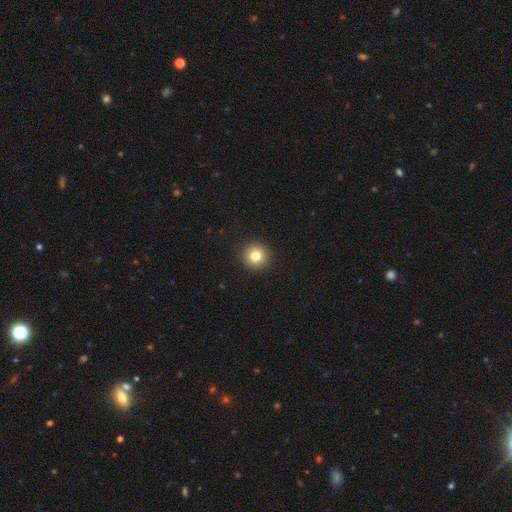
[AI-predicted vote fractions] Smooth or featured? smooth (81%)
How rounded? round (95%)
Merging? none (93%)